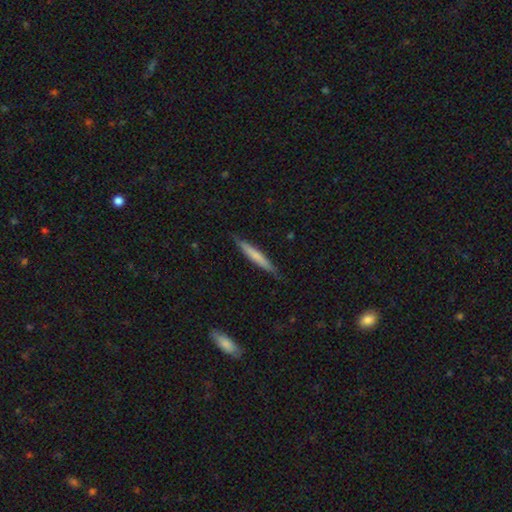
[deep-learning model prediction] smooth_or_featured: smooth (p=0.62) [alt: featured or disk p=0.32]
how_rounded: cigar-shaped (p=0.95) [alt: in between p=0.04]
merging: none (p=0.85) [alt: minor disturbance p=0.12]